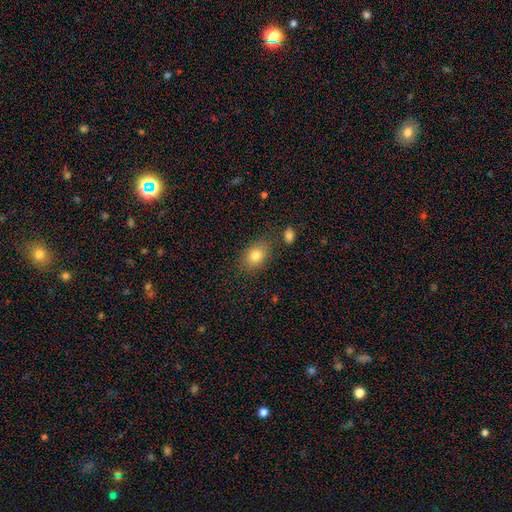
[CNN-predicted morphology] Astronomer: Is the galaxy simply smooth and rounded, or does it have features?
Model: smooth — 81%.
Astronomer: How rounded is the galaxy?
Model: in between — 68%.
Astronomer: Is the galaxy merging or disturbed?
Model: none — 79%.